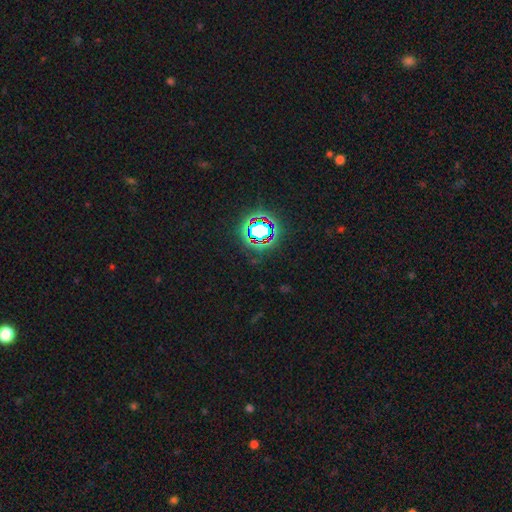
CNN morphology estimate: This appears to be a star or artifact, not a galaxy (82%).